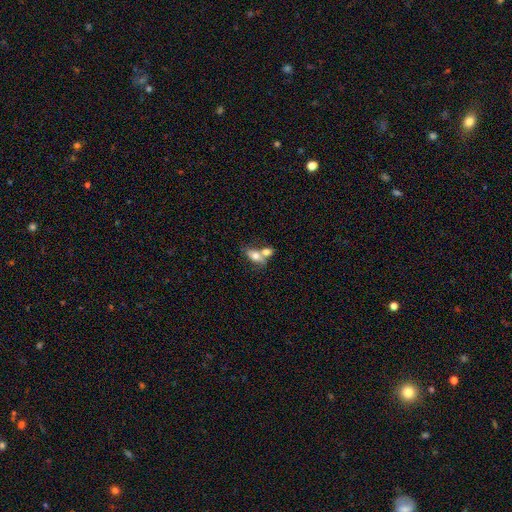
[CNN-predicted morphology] smooth 67%, featured or disk 25%, star or artifact 8%. Down the decision tree: how rounded — in between (81%); merging — merger (62%).